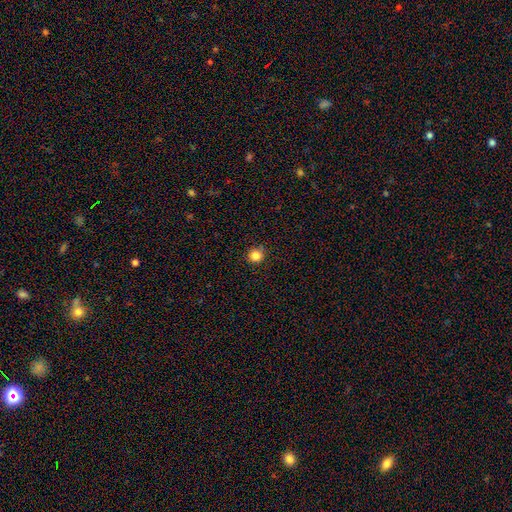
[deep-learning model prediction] A smooth galaxy with no disk features (84%) that is round (94%). Merging: none (87%).